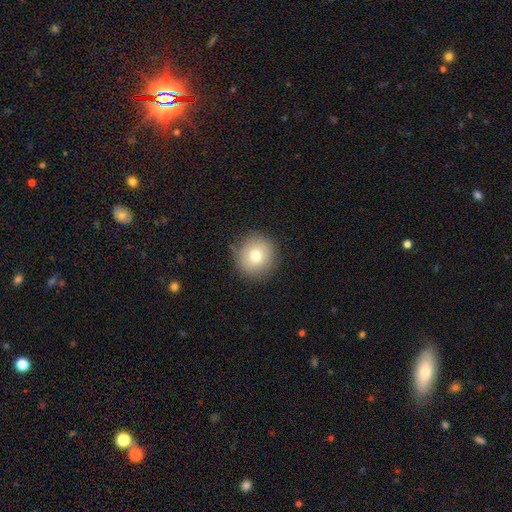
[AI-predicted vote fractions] smooth-or-featured: smooth: 75% | featured or disk: 14% | star or artifact: 11%
  how-rounded: round: 93% | in between: 6% | cigar-shaped: 1%
  merging: none: 88% | minor disturbance: 8% | major disturbance: 3% | merger: 1%